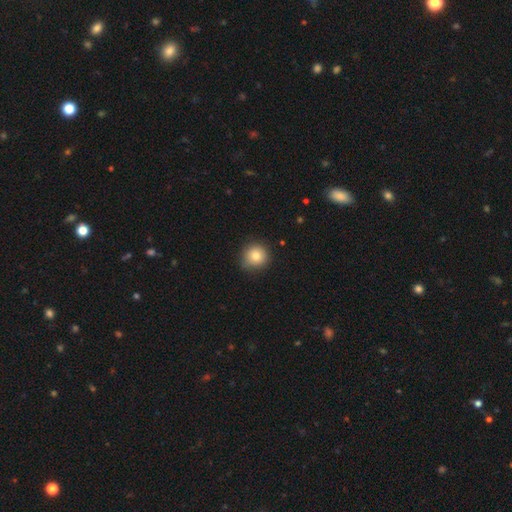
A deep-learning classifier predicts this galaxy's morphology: A smooth galaxy with no disk features (82%) that is round (93%).

Vote fractions:
- Smooth or featured? smooth: 82% / star or artifact: 10% / featured or disk: 9%
- How rounded? round: 93% / in between: 7% / cigar-shaped: 1%
- Merging? none: 84% / minor disturbance: 13% / major disturbance: 3% / merger: 1%